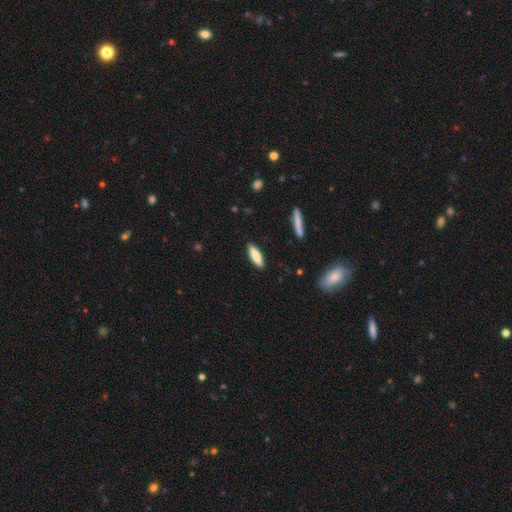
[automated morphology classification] Smooth or featured: smooth — 84% (featured or disk — 11%)
How rounded: cigar-shaped — 55% (in between — 44%)
Merging: none — 89% (minor disturbance — 8%)